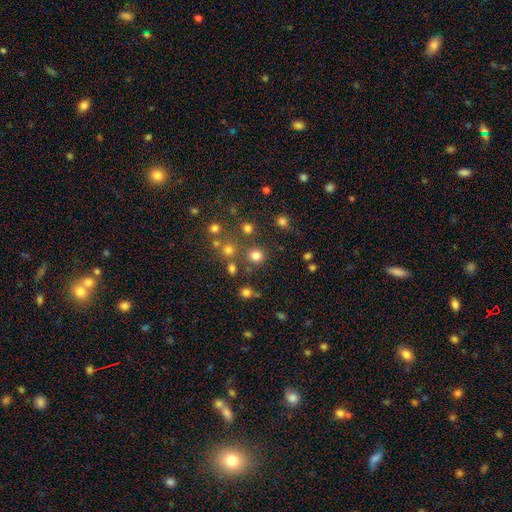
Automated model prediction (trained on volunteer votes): smooth_or_featured: smooth (p=0.76) [alt: star or artifact p=0.17]
how_rounded: round (p=0.88) [alt: in between p=0.11]
merging: none (p=0.79) [alt: merger p=0.10]